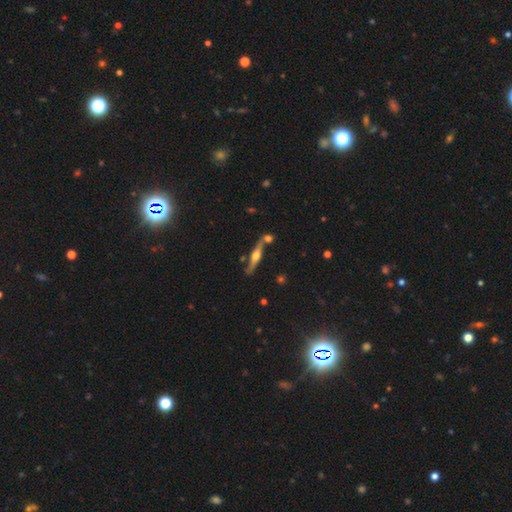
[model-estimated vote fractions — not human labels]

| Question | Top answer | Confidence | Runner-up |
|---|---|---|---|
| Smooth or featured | featured or disk | 75% | smooth (19%) |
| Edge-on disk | yes | 94% | no (6%) |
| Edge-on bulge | rounded | 94% | boxy (3%) |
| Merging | none | 73% | merger (12%) |